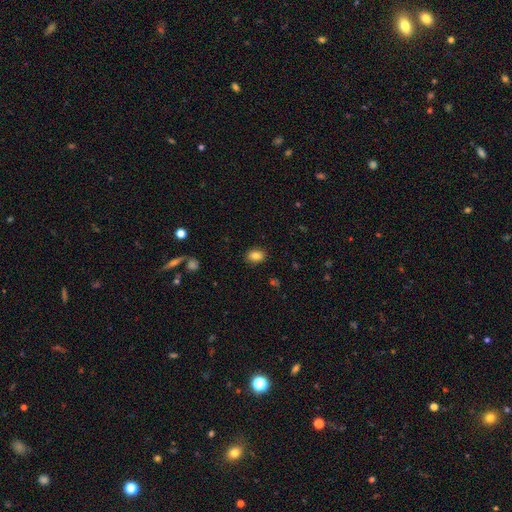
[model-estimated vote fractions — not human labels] Smooth or featured: smooth — 85% (star or artifact — 10%)
How rounded: in between — 71% (round — 28%)
Merging: none — 88% (minor disturbance — 9%)